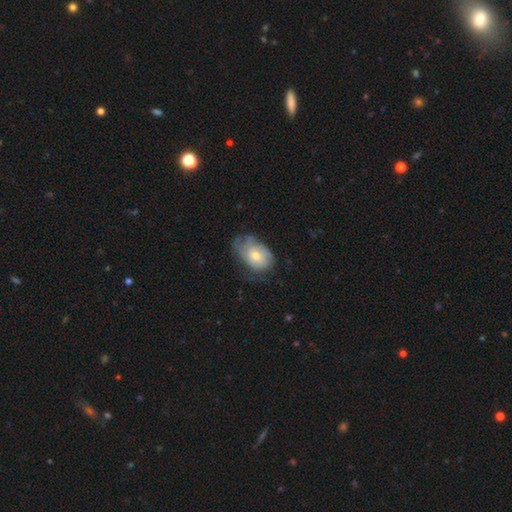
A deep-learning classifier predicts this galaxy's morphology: Smooth or featured? smooth (52%)
How rounded? in between (83%)
Merging? none (41%)